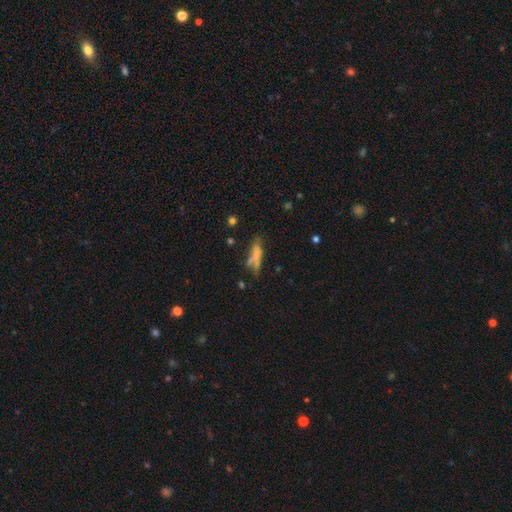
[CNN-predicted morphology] smooth-or-featured: smooth: 57% | featured or disk: 30% | star or artifact: 13%
  how-rounded: cigar-shaped: 66% | in between: 30% | round: 3%
  merging: none: 43% | minor disturbance: 22% | merger: 18% | major disturbance: 17%